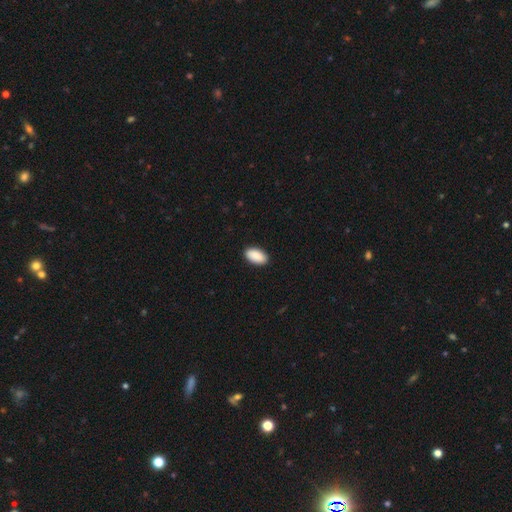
Overall: smooth (92%). How rounded: in between (97%). Merging: none (92%).